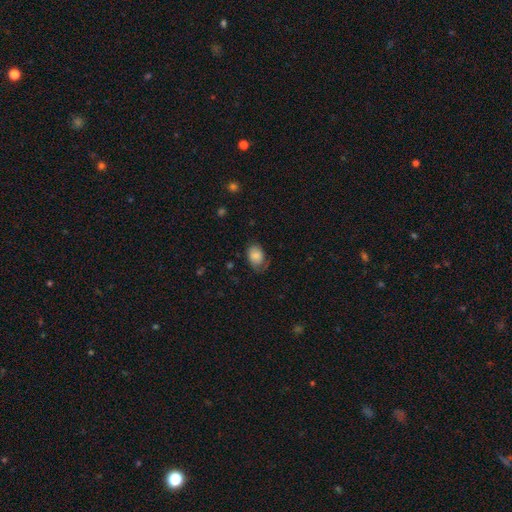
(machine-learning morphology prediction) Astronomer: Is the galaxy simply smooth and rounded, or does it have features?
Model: smooth — 76%.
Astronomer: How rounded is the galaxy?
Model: in between — 81%.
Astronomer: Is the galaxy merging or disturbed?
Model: none — 57%.